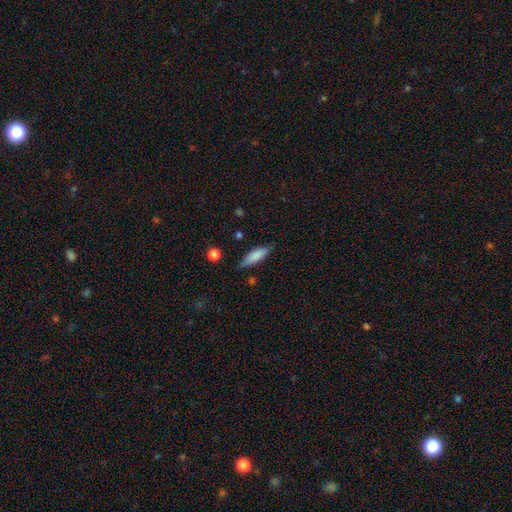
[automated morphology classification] This is clearly a smooth galaxy (80%). How rounded: possibly cigar-shaped (55%). Merging: likely none (78%).